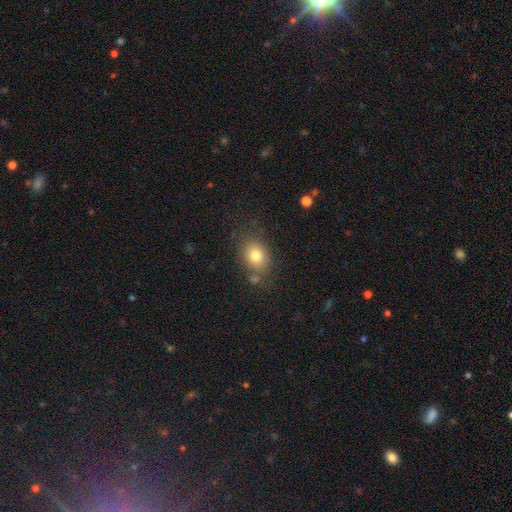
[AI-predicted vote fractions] Morphology: type=smooth (78%); roundness=in between (51%); merging=none (73%).